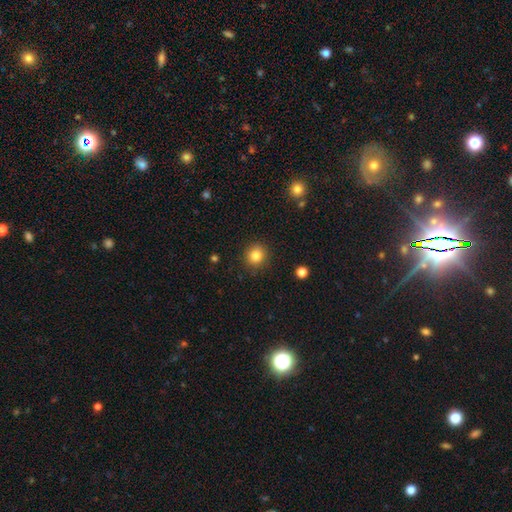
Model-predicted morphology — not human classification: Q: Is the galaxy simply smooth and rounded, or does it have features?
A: smooth — 82%.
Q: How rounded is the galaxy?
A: round — 89%.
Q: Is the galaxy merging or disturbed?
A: none — 90%.